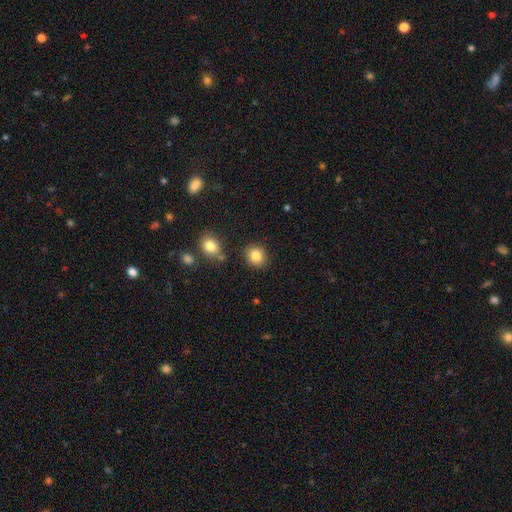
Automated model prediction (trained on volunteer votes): This appears to be a smooth galaxy with no disk features (85%) that is round (84%). Merging: none (86%).